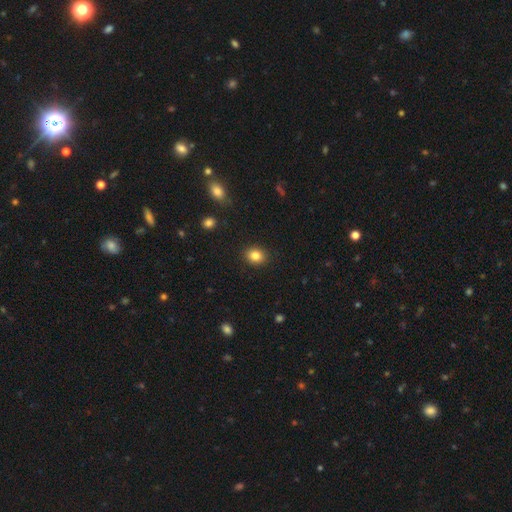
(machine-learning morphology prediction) Smooth or featured?
  - smooth: 85% *
  - star or artifact: 10%
  - featured or disk: 5%
How rounded?
  - round: 58% *
  - in between: 41%
  - cigar-shaped: 1%
Merging?
  - none: 90% *
  - minor disturbance: 7%
  - major disturbance: 2%
  - merger: 1%